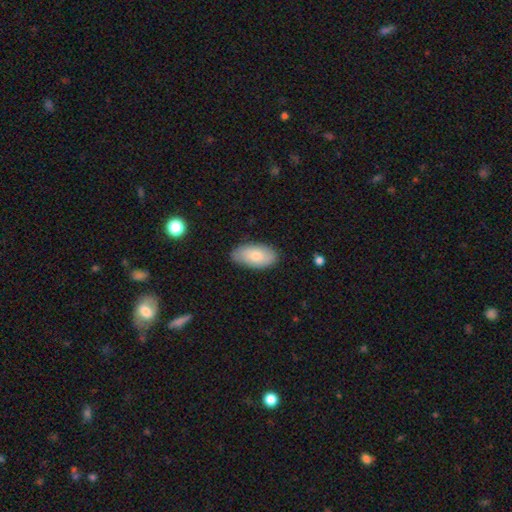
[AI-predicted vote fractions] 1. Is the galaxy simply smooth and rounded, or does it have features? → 79% smooth, 15% featured or disk, 6% star or artifact.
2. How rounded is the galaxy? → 95% in between, 3% round, 2% cigar-shaped.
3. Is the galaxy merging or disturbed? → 84% none, 13% minor disturbance, 2% major disturbance, 1% merger.